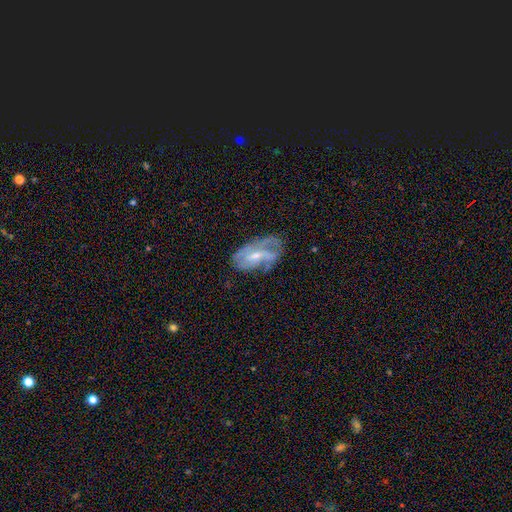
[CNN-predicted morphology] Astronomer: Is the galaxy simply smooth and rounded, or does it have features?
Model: featured or disk — 72%.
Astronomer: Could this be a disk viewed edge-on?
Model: no — 94%.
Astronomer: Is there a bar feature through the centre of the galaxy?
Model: no — 48% (runner-up: weak, 39%).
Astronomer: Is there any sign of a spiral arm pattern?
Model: yes — 79%.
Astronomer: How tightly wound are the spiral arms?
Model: medium — 41% (runner-up: tight, 37%).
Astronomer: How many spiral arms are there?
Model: can't tell — 34% (runner-up: 2, 31%).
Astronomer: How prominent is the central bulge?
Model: small — 51% (runner-up: moderate, 41%).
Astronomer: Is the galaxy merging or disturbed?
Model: none — 52%.